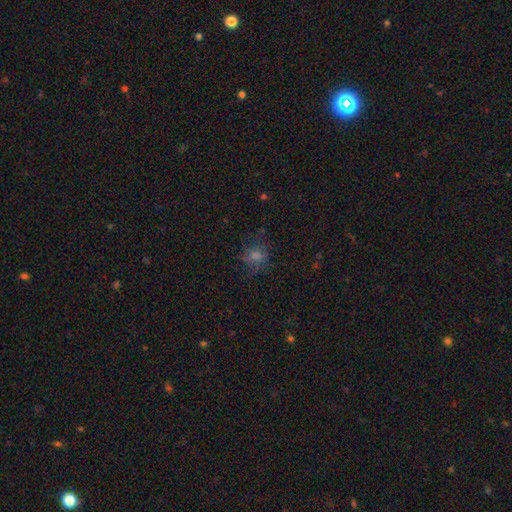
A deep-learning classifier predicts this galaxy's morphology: A smooth galaxy with no disk features (49%). Merging: none (64%).